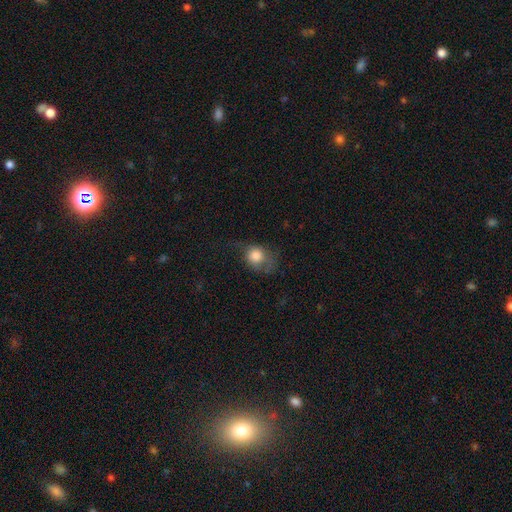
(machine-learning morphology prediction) A smooth galaxy with no disk features (75%) that is round (64%).

Vote fractions:
- Smooth or featured? smooth: 75% / featured or disk: 16% / star or artifact: 9%
- How rounded? round: 64% / in between: 35% / cigar-shaped: 1%
- Merging? none: 35% / major disturbance: 34% / minor disturbance: 29% / merger: 2%